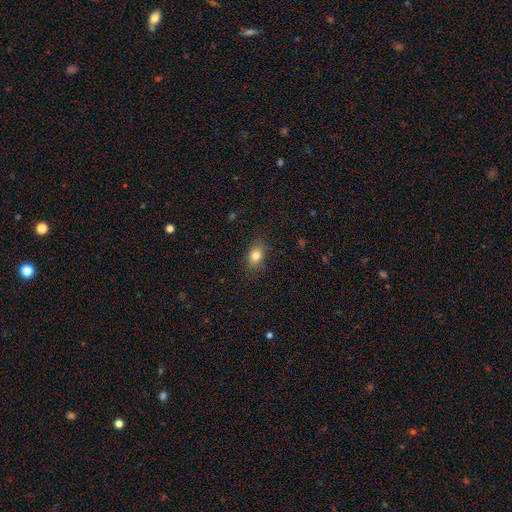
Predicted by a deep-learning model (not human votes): smooth-or-featured: smooth: 82% | star or artifact: 10% | featured or disk: 8%
  how-rounded: in between: 74% | round: 24% | cigar-shaped: 2%
  merging: none: 84% | minor disturbance: 12% | major disturbance: 3% | merger: 1%